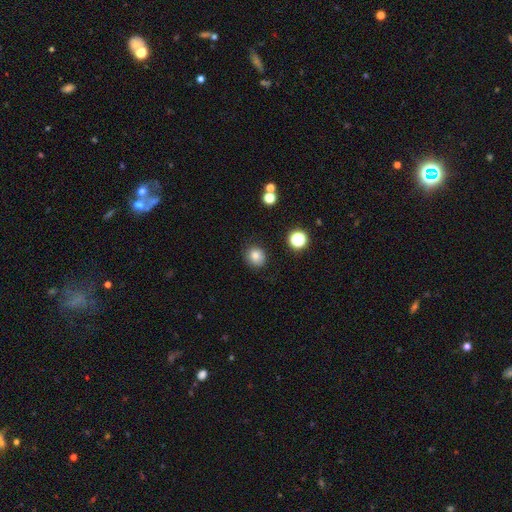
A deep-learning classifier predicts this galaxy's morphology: type=smooth (82%); roundness=round (80%); merging=none (82%).